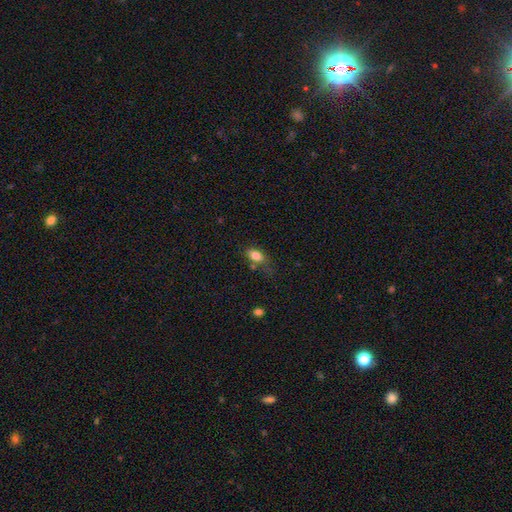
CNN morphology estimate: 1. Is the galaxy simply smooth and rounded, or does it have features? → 82% smooth, 9% star or artifact, 9% featured or disk.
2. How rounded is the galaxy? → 85% in between, 11% round, 4% cigar-shaped.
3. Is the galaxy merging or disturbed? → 50% none, 27% minor disturbance, 13% major disturbance, 10% merger.